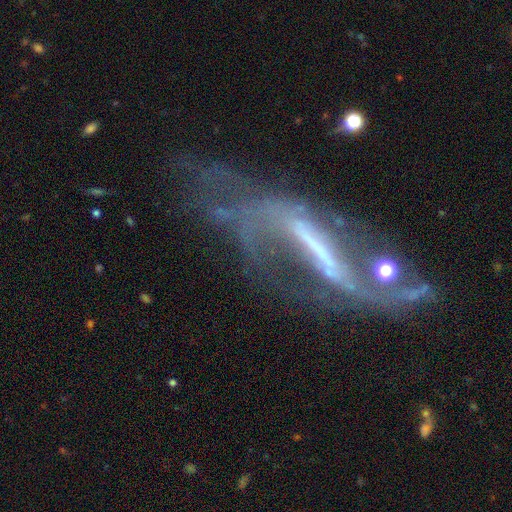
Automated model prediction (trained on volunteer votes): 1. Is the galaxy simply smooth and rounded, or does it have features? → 76% featured or disk, 12% smooth, 12% star or artifact.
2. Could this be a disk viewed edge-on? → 81% no, 19% yes.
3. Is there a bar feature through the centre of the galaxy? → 64% strong, 21% weak, 15% no.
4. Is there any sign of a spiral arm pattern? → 64% yes, 36% no.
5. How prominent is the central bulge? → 49% none, 25% small, 19% moderate, 4% large, 2% dominant.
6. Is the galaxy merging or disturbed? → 39% major disturbance, 31% none, 18% minor disturbance, 12% merger.